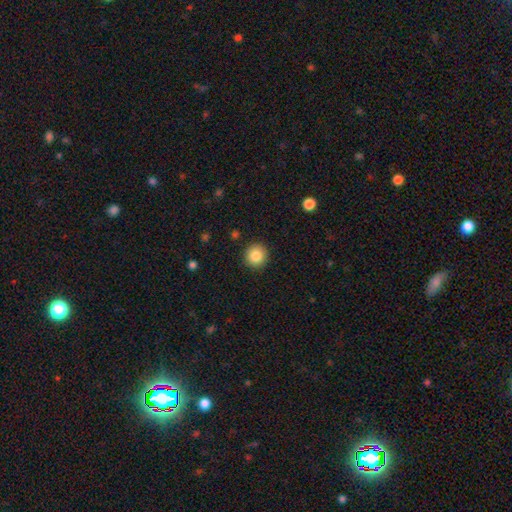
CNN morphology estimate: This is clearly a smooth galaxy (85%). How rounded: clearly round (94%). Merging: clearly none (91%).